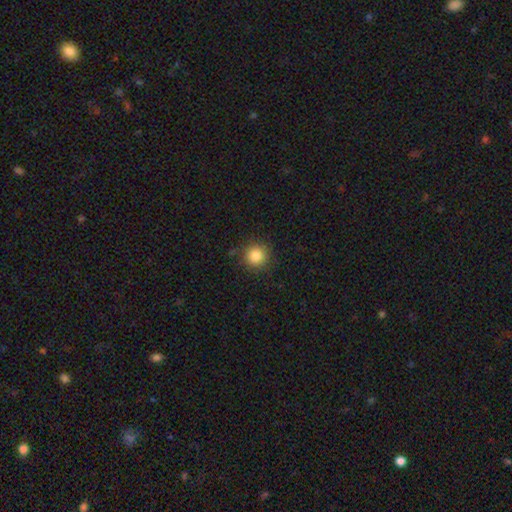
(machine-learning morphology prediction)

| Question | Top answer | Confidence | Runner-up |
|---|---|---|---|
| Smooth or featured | smooth | 85% | star or artifact (11%) |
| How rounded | round | 94% | in between (5%) |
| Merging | none | 88% | minor disturbance (8%) |